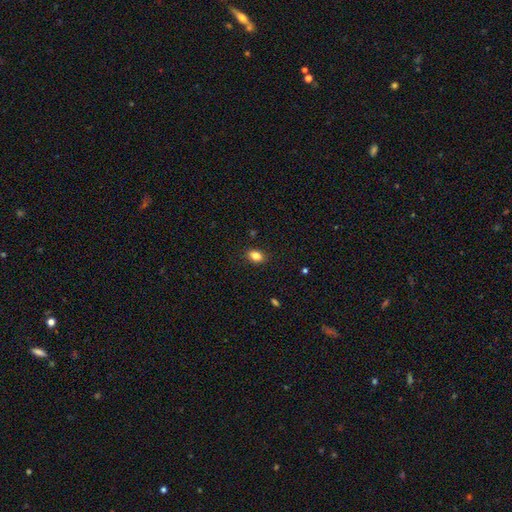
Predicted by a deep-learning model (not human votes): A smooth galaxy with no disk features (83%) that is in between round and cigar-shaped (79%). Merging: none (87%).